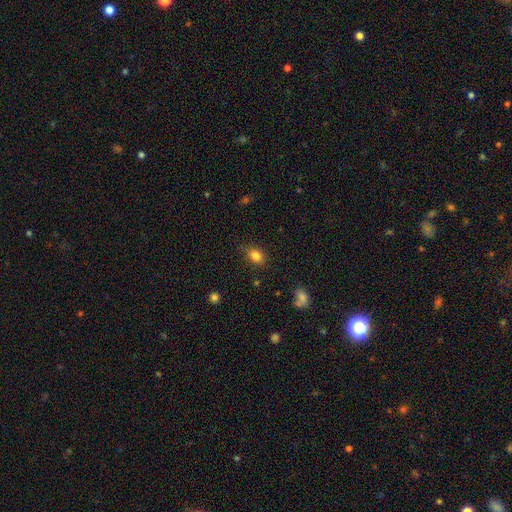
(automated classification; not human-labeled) A smooth galaxy with no disk features (83%) that is in between round and cigar-shaped (64%).

Vote fractions:
- Smooth or featured? smooth: 83% / star or artifact: 11% / featured or disk: 6%
- How rounded? in between: 64% / round: 35% / cigar-shaped: 1%
- Merging? none: 81% / minor disturbance: 14% / major disturbance: 3% / merger: 2%